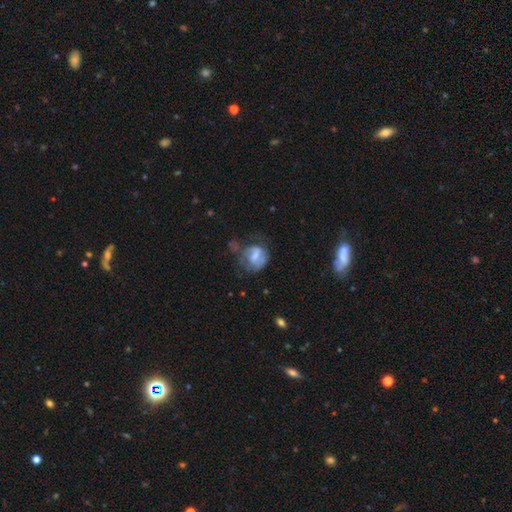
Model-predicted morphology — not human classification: Q: Smooth or featured?
A: featured or disk (60%); runner-up: smooth (32%)
Q: Edge-on disk?
A: no (97%); runner-up: yes (3%)
Q: Bar?
A: weak (48%); runner-up: strong (28%)
Q: Spiral arms?
A: yes (74%); runner-up: no (26%)
Q: Bulge size?
A: small (35%); tied with: moderate (35%)
Q: Merging?
A: none (41%); runner-up: major disturbance (29%)